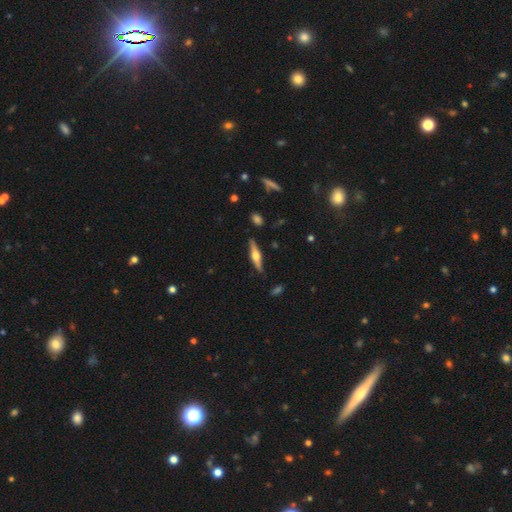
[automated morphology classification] This appears to be a featured or disk galaxy (68%) viewed edge-on (96%) with a rounded central bulge (93%). Merging: none (85%).